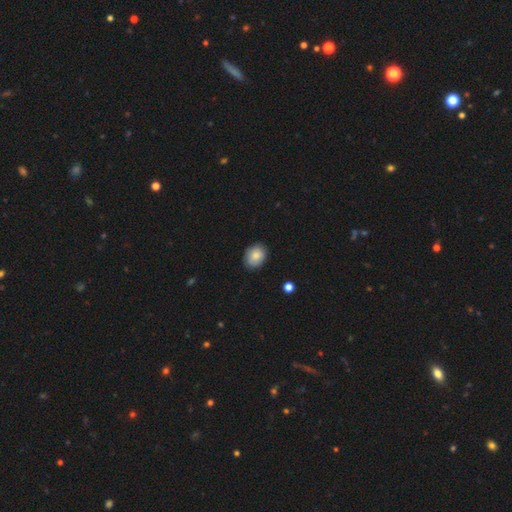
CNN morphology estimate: Smooth or featured?
  - smooth: 85% *
  - featured or disk: 8%
  - star or artifact: 7%
How rounded?
  - in between: 53% *
  - round: 46%
  - cigar-shaped: 1%
Merging?
  - none: 85% *
  - minor disturbance: 11%
  - major disturbance: 2%
  - merger: 1%